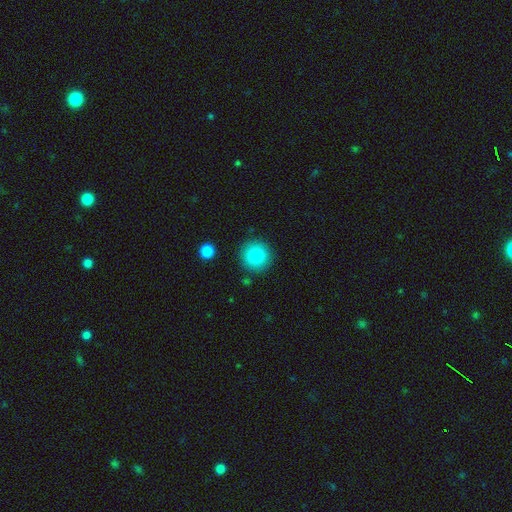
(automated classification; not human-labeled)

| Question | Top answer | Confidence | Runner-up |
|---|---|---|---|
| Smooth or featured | smooth | 79% | star or artifact (10%) |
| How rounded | round | 95% | in between (4%) |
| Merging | none | 89% | minor disturbance (6%) |